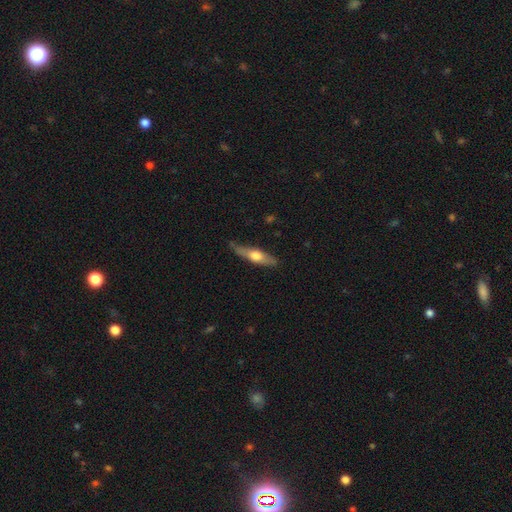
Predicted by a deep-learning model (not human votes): This appears to be a featured or disk galaxy (48%). Merging: none (76%).